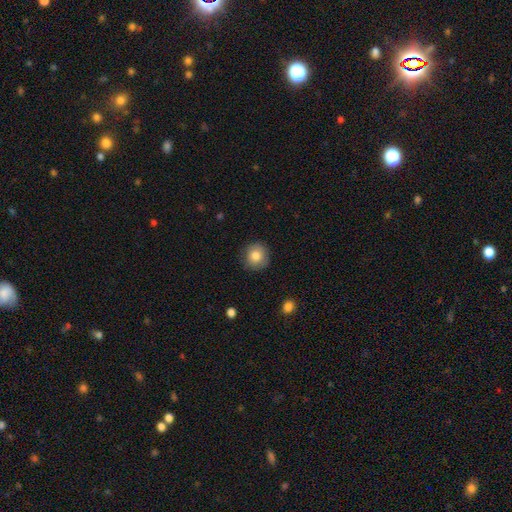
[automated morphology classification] The model was most divided on "smooth or featured": smooth: 82%, featured or disk: 9%, star or artifact: 9%. More confident: how rounded — round (91%); merging — none (87%).